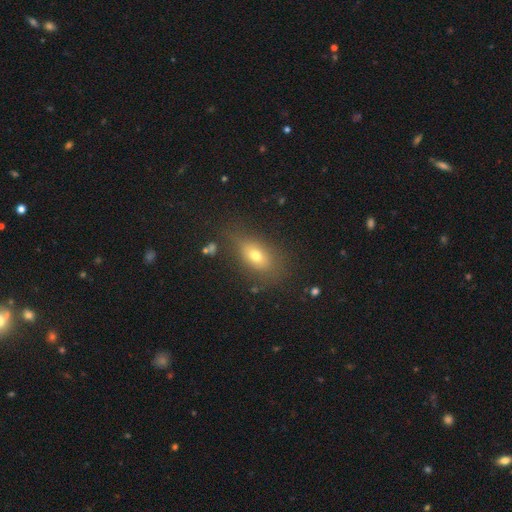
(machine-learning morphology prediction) Smooth or featured: smooth — 68% (featured or disk — 18%)
How rounded: in between — 78% (round — 15%)
Merging: none — 70% (minor disturbance — 18%)